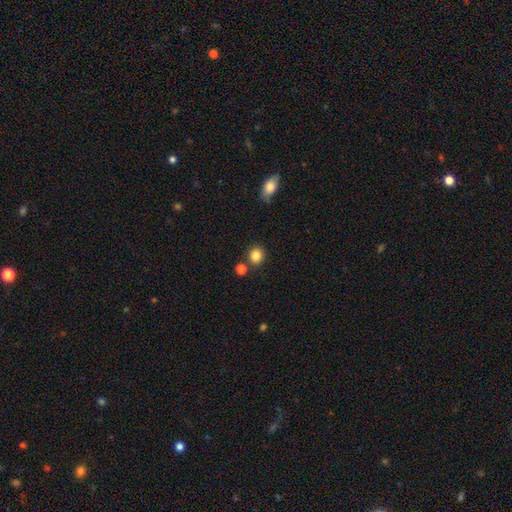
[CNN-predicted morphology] Q: Smooth or featured?
A: smooth (84%); runner-up: star or artifact (11%)
Q: How rounded?
A: round (87%); runner-up: in between (12%)
Q: Merging?
A: none (81%); runner-up: merger (8%)